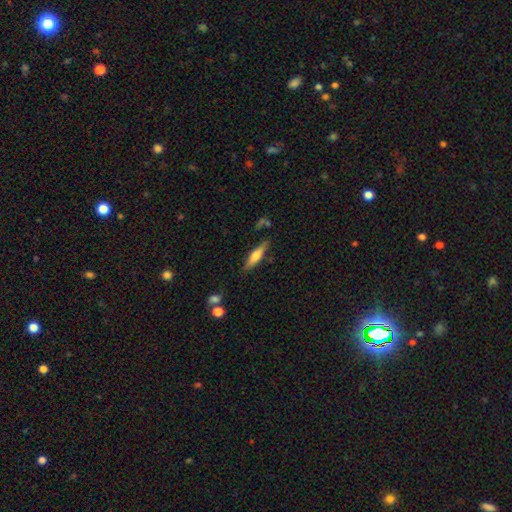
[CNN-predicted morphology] A smooth galaxy with no disk features (52%) that is cigar-shaped (74%).

Vote fractions:
- Smooth or featured? smooth: 52% / featured or disk: 41% / star or artifact: 7%
- How rounded? cigar-shaped: 74% / in between: 24% / round: 2%
- Merging? none: 75% / minor disturbance: 16% / major disturbance: 4% / merger: 4%